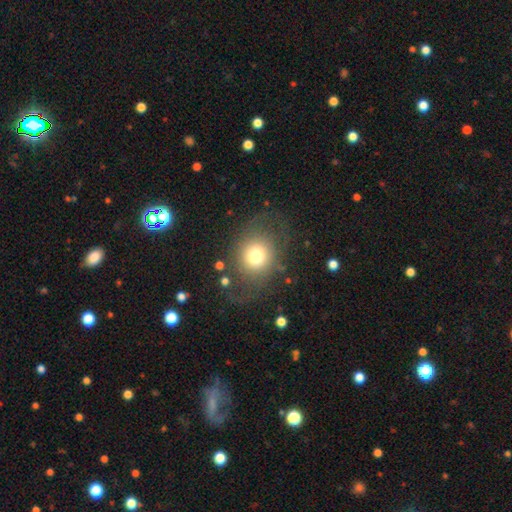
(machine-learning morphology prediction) This appears to be a smooth galaxy with no disk features (64%) that is round (68%). Merging: none (63%).